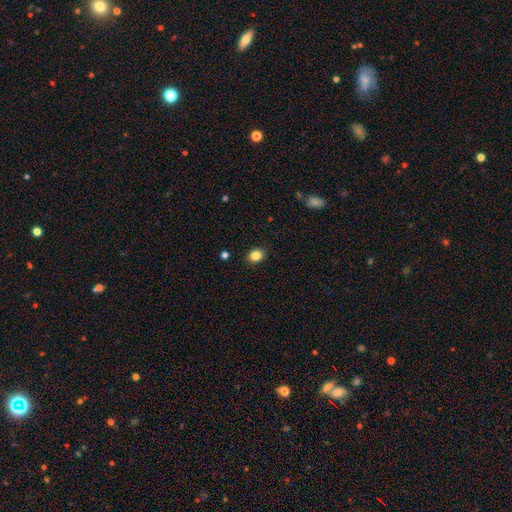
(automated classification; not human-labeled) A smooth galaxy with no disk features (84%) that is in between round and cigar-shaped (53%). Merging: none (89%).